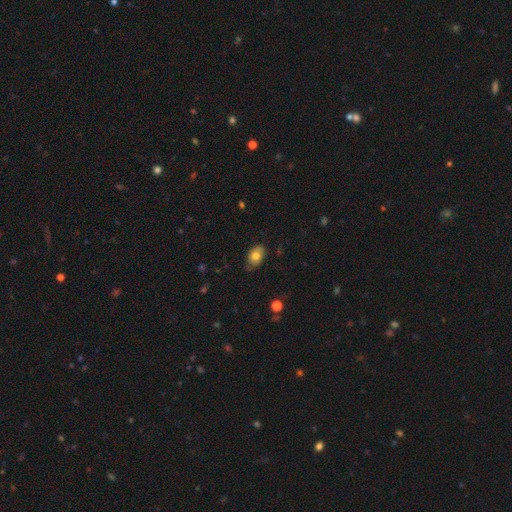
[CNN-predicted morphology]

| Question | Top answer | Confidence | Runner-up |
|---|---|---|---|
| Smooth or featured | smooth | 68% | featured or disk (23%) |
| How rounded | in between | 83% | round (16%) |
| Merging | none | 73% | minor disturbance (21%) |